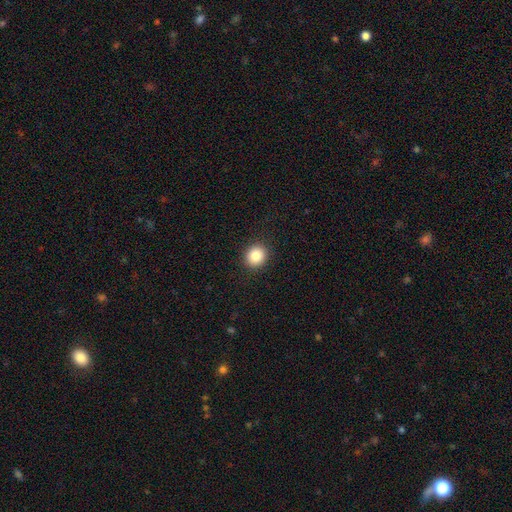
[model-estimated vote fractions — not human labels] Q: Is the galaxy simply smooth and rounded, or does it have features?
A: smooth — 85%.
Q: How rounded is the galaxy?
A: round — 81%.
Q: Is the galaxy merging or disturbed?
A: none — 91%.